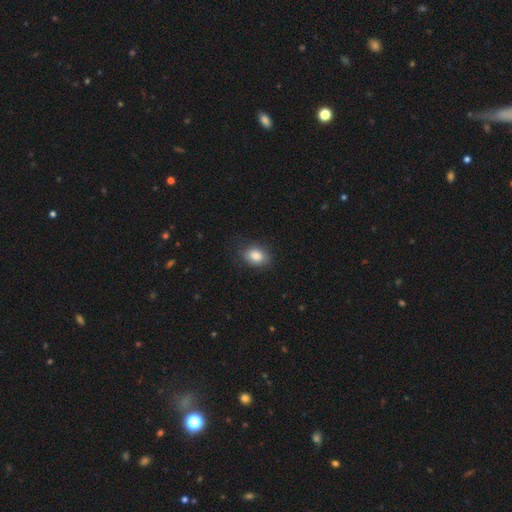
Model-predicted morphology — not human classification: The model was most divided on "how rounded": in between: 69%, round: 30%, cigar-shaped: 1%. More confident: smooth or featured — smooth (84%); merging — none (77%).